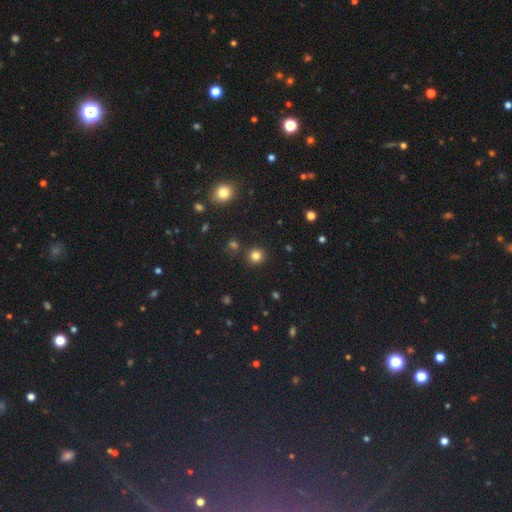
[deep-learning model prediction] Morphology: type=smooth (82%); roundness=round (92%); merging=none (89%).